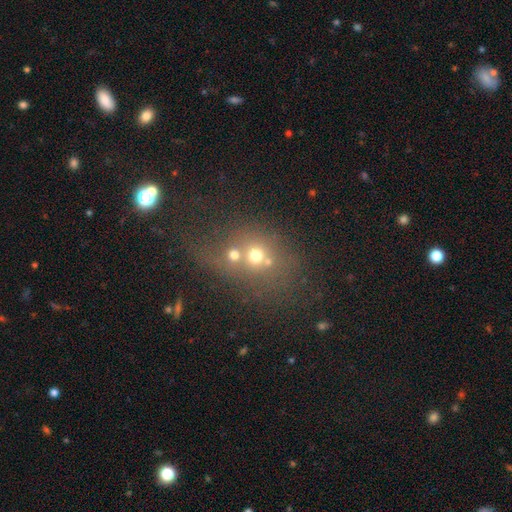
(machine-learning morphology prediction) smooth-or-featured: smooth: 58% | star or artifact: 23% | featured or disk: 19%
  how-rounded: round: 73% | in between: 26% | cigar-shaped: 2%
  merging: merger: 46% | none: 38% | minor disturbance: 9% | major disturbance: 7%